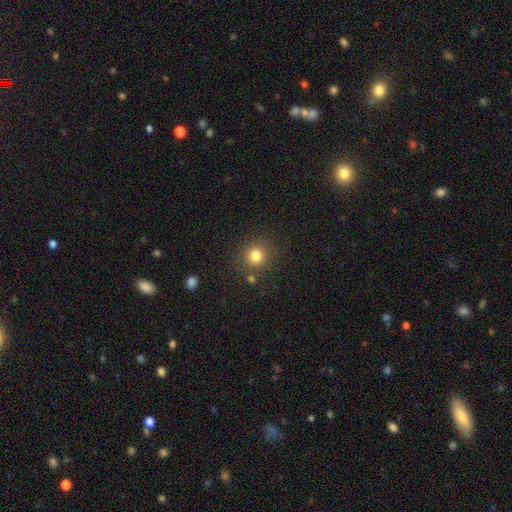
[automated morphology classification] This appears to be a smooth galaxy with no disk features (80%) that is round (87%). Merging: none (83%).